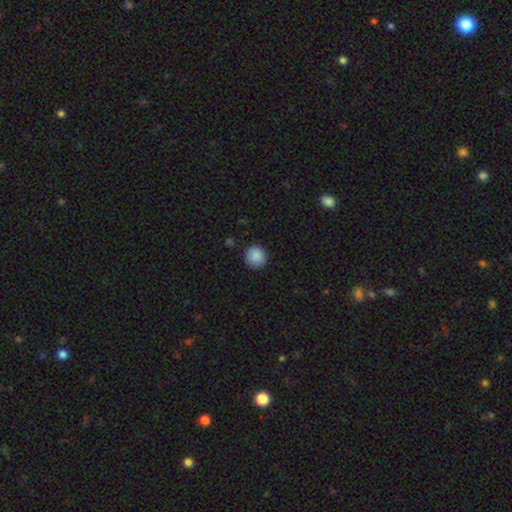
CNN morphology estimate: This appears to be a smooth galaxy with no disk features (89%) that is round (94%). Merging: none (91%).